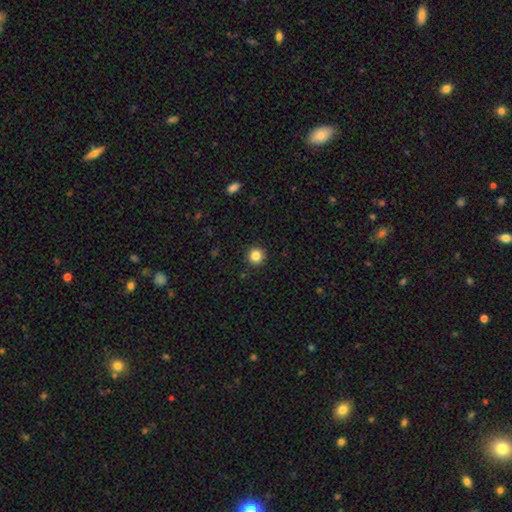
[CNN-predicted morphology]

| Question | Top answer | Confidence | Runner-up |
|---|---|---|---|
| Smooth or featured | smooth | 85% | star or artifact (11%) |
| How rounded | round | 96% | in between (3%) |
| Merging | none | 93% | minor disturbance (5%) |